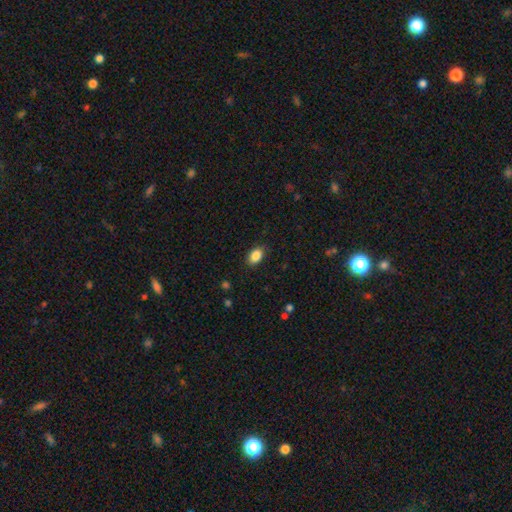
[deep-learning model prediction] smooth 87%, star or artifact 8%, featured or disk 5%. Down the decision tree: how rounded — in between (87%); merging — none (87%).